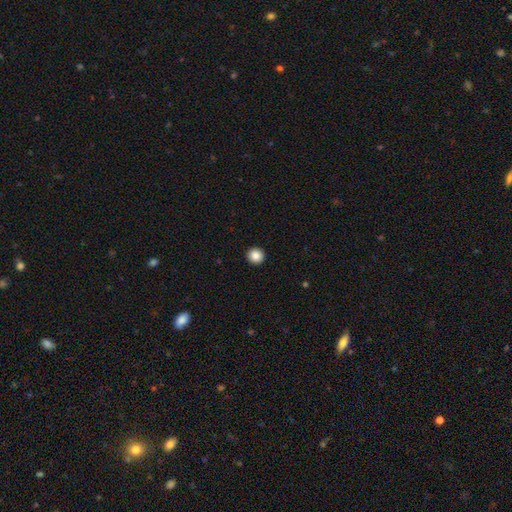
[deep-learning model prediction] smooth_or_featured: smooth (p=0.87) [alt: star or artifact p=0.09]
how_rounded: round (p=0.94) [alt: in between p=0.05]
merging: none (p=0.94) [alt: minor disturbance p=0.04]